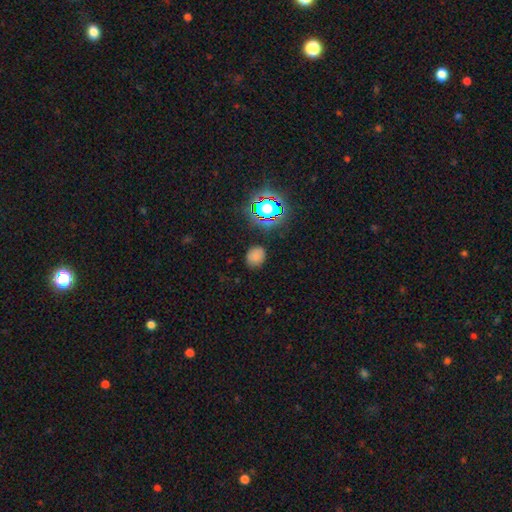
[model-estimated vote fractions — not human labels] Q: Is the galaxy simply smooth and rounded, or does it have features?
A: smooth — 72%.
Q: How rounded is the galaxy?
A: round — 62%.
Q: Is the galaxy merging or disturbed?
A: none — 81%.